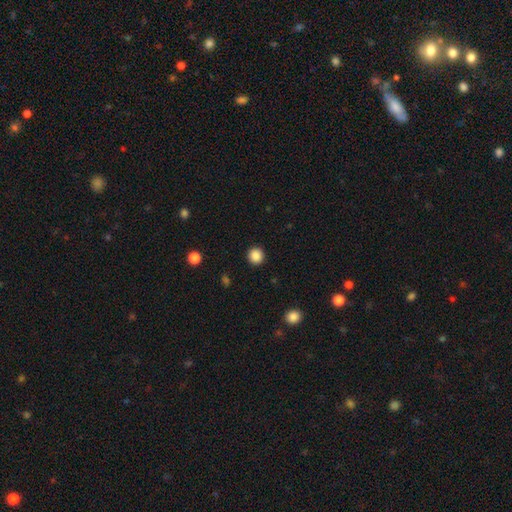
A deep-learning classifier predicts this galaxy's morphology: This appears to be a smooth galaxy with no disk features (87%) that is round (94%). Merging: none (92%).